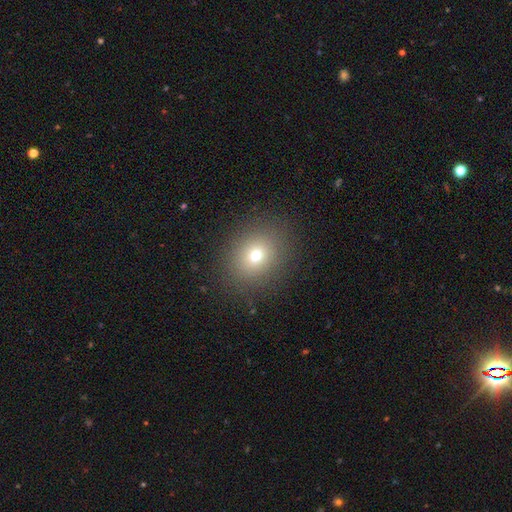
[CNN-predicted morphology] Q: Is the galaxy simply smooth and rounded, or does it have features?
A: smooth — 72%.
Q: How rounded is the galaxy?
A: round — 63%.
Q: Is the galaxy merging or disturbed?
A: none — 87%.